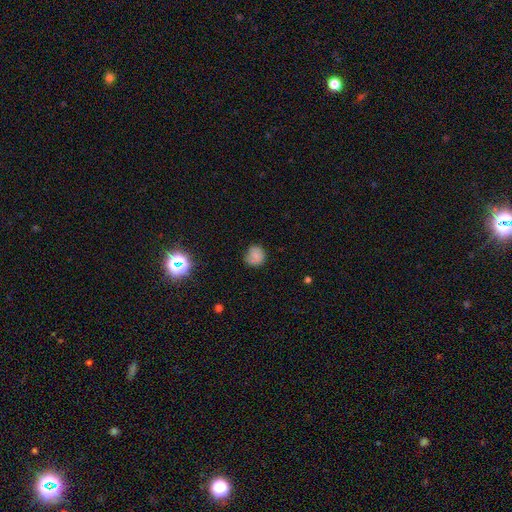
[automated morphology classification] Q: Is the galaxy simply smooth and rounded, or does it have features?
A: smooth — 67%.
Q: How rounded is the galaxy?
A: round — 84%.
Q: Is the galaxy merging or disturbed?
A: none — 64%.